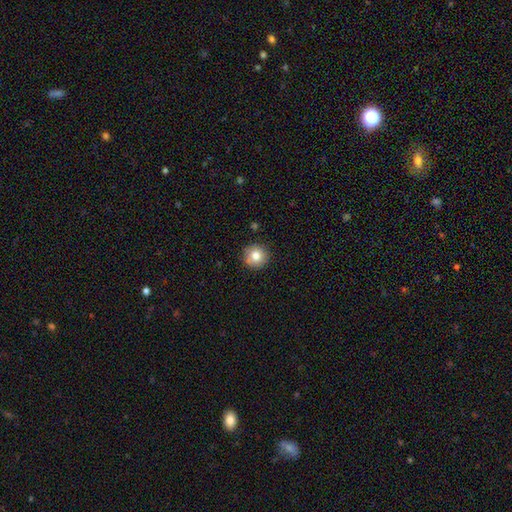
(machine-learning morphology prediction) This is clearly a smooth galaxy (81%). How rounded: clearly round (94%). Merging: clearly none (87%).